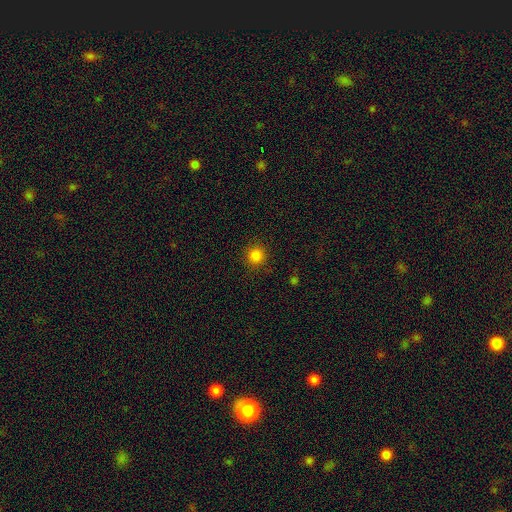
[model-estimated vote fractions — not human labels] Q: Smooth or featured?
A: smooth (83%); runner-up: star or artifact (13%)
Q: How rounded?
A: round (94%); runner-up: in between (5%)
Q: Merging?
A: none (90%); runner-up: minor disturbance (7%)